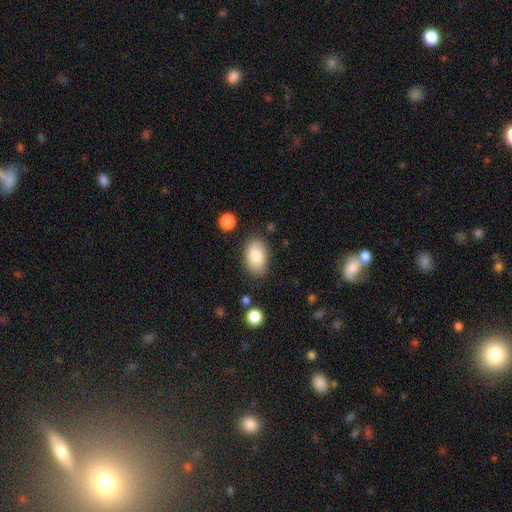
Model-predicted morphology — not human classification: A smooth galaxy with no disk features (84%) that is in between round and cigar-shaped (92%). Merging: none (80%).